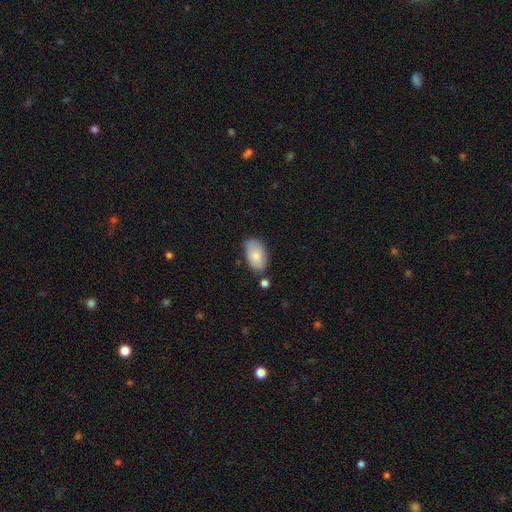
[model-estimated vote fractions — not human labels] Q: Smooth or featured?
A: smooth (80%); runner-up: featured or disk (14%)
Q: How rounded?
A: in between (94%); runner-up: round (5%)
Q: Merging?
A: none (66%); runner-up: minor disturbance (23%)